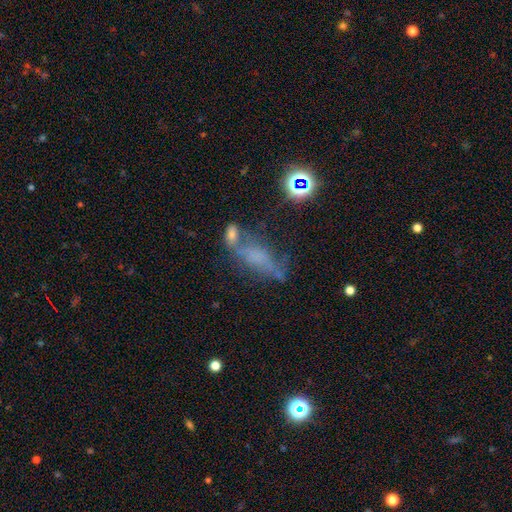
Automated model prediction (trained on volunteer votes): This appears to be a featured or disk galaxy (40%). Merging: none (39%).